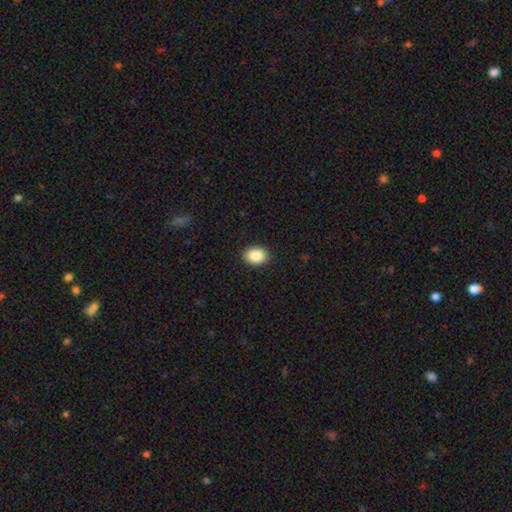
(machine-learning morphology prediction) smooth 86%, star or artifact 8%, featured or disk 5%. Down the decision tree: how rounded — in between (61%); merging — none (90%).